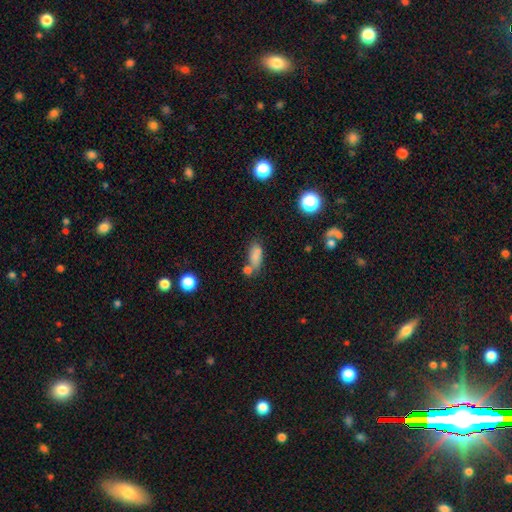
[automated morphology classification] A smooth galaxy with no disk features (76%) that is in between round and cigar-shaped (78%). Merging: none (44%).